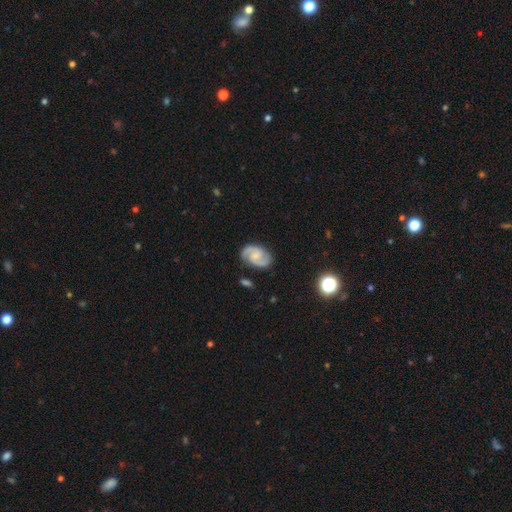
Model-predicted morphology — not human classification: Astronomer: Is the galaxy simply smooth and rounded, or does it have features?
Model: featured or disk — 85%.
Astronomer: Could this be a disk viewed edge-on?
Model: no — 98%.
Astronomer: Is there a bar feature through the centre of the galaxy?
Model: no — 55% (runner-up: weak, 38%).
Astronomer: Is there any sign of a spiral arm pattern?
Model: yes — 97%.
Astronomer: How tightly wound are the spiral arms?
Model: medium — 53% (runner-up: tight, 32%).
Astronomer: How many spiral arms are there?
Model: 2 — 93%.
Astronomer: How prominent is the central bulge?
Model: small — 50% (runner-up: moderate, 28%).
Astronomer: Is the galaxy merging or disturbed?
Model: none — 82%.